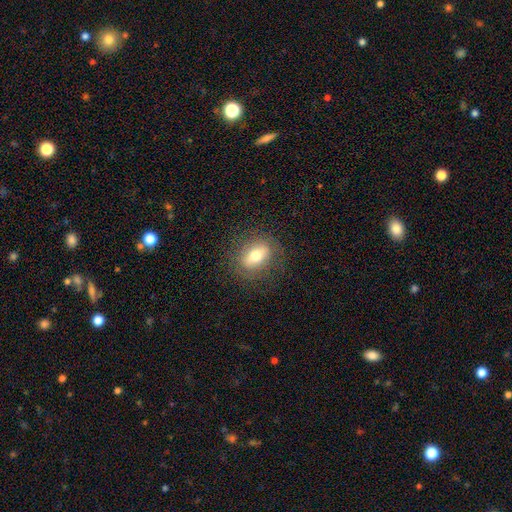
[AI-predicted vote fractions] Morphology: type=smooth (59%); roundness=in between (67%); merging=none (83%).